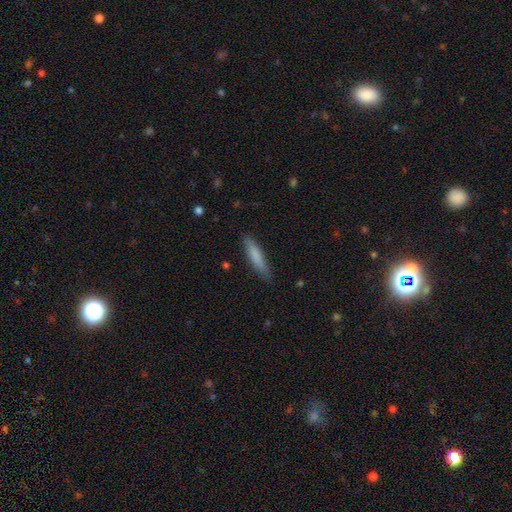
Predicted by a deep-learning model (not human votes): A smooth galaxy with no disk features (79%) that is cigar-shaped (84%). Merging: none (85%).